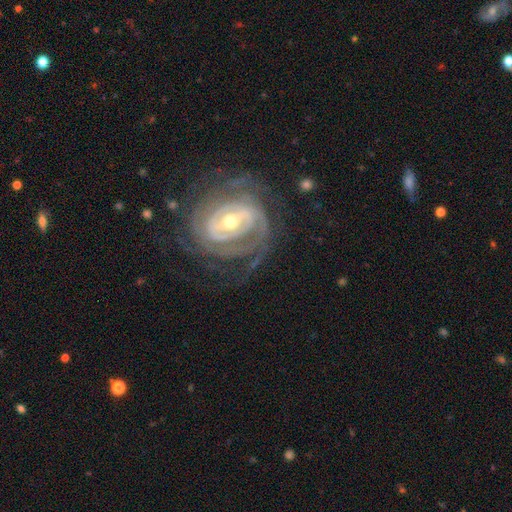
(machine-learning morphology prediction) This is clearly a featured or disk galaxy (86%). It is clearly not viewed edge-on (96%). Bar: marginally strong (40%). Spiral arm pattern: clearly yes (94%). Spiral arm count: marginally 2 (29%, tied with can't tell). Spiral winding: likely tight (66%). Central bulge: possibly moderate (49%). Merging: likely none (70%).